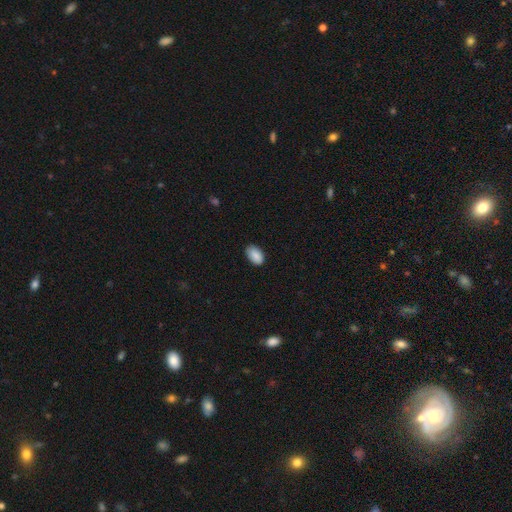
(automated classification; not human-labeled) smooth-or-featured: smooth: 88% | star or artifact: 7% | featured or disk: 5%
  how-rounded: in between: 92% | round: 7% | cigar-shaped: 1%
  merging: none: 82% | minor disturbance: 15% | major disturbance: 2% | merger: 1%